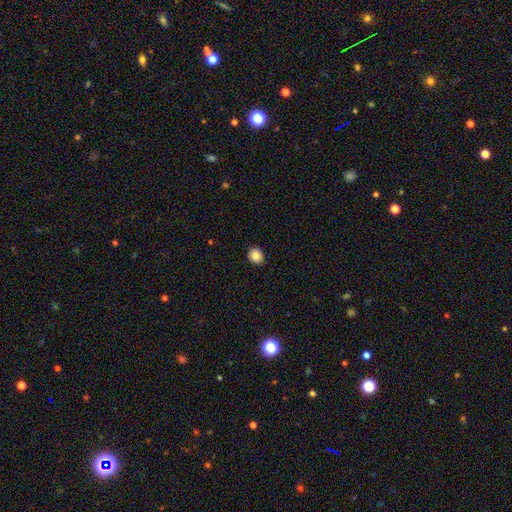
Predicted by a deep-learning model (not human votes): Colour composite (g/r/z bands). It shows a smooth galaxy with no disk features (85%) that is round (78%). Merging: none (92%).